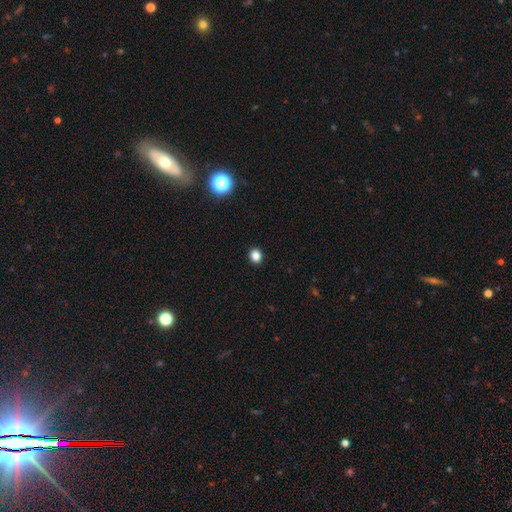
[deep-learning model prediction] smooth-or-featured: smooth: 84% | star or artifact: 13% | featured or disk: 3%
  how-rounded: round: 71% | in between: 28% | cigar-shaped: 1%
  merging: none: 92% | minor disturbance: 6% | major disturbance: 2% | merger: 1%